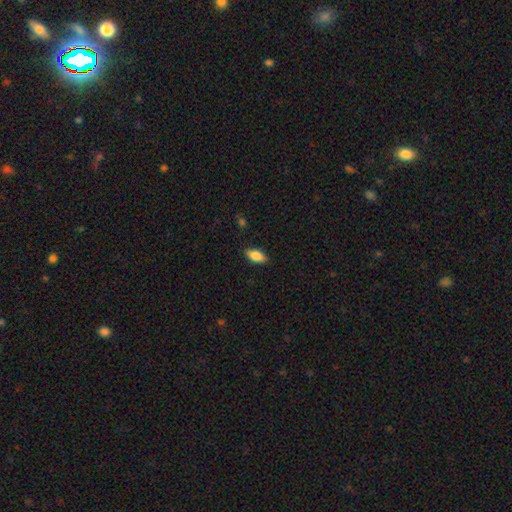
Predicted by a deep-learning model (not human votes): Smooth or featured?
  - smooth: 84% *
  - featured or disk: 10%
  - star or artifact: 7%
How rounded?
  - in between: 87% *
  - cigar-shaped: 10%
  - round: 3%
Merging?
  - none: 86% *
  - minor disturbance: 10%
  - major disturbance: 2%
  - merger: 1%